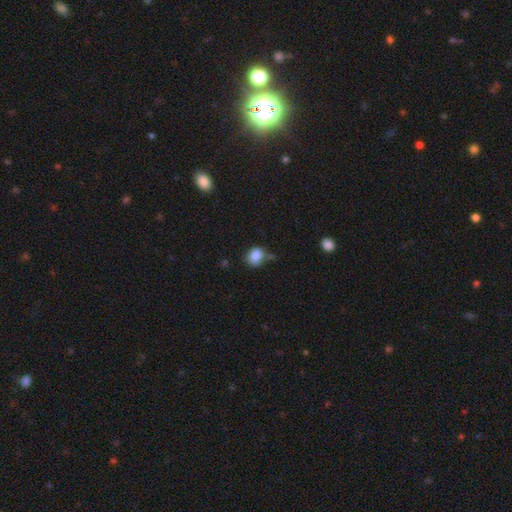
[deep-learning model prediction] A smooth galaxy with no disk features (85%) that is round (65%). Merging: none (61%).